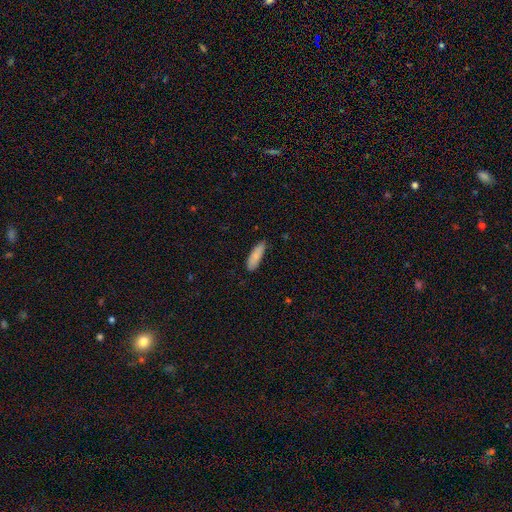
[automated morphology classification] Q: Smooth or featured?
A: smooth (84%); runner-up: featured or disk (10%)
Q: How rounded?
A: in between (51%); runner-up: cigar-shaped (47%)
Q: Merging?
A: none (79%); runner-up: minor disturbance (17%)